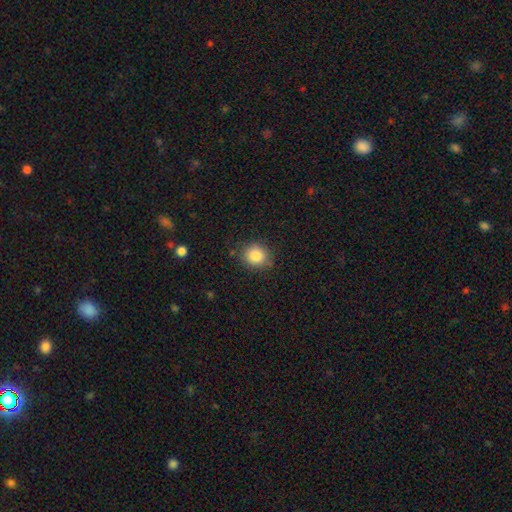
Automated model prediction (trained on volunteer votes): A smooth galaxy with no disk features (85%) that is round (75%).

Vote fractions:
- Smooth or featured? smooth: 85% / star or artifact: 9% / featured or disk: 6%
- How rounded? round: 75% / in between: 24% / cigar-shaped: 1%
- Merging? none: 81% / minor disturbance: 14% / major disturbance: 3% / merger: 2%